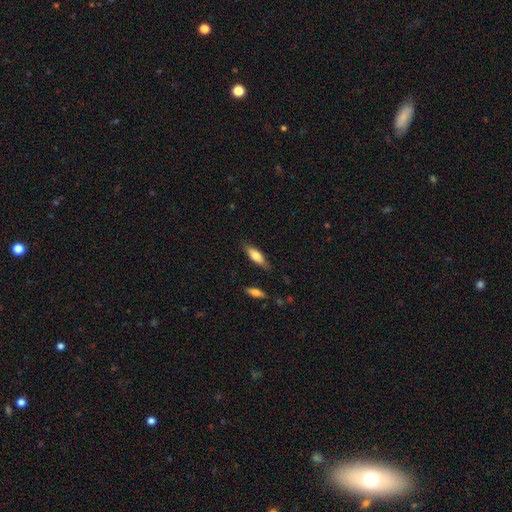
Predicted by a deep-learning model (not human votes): Overall: smooth (72%). How rounded: in between (56%; cigar-shaped 42%). Merging: none (78%).